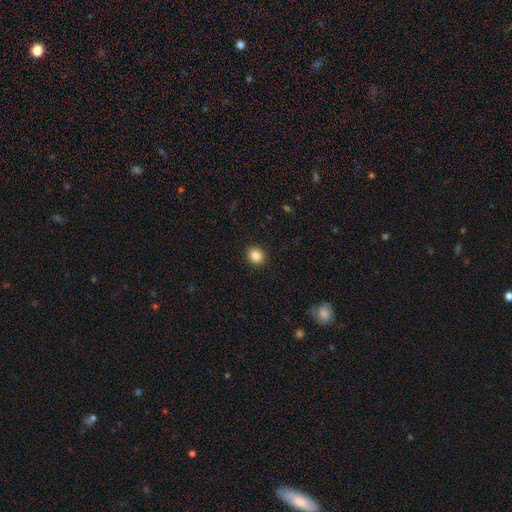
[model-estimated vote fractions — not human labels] This is clearly a smooth galaxy (85%). How rounded: clearly round (83%). Merging: clearly none (92%).